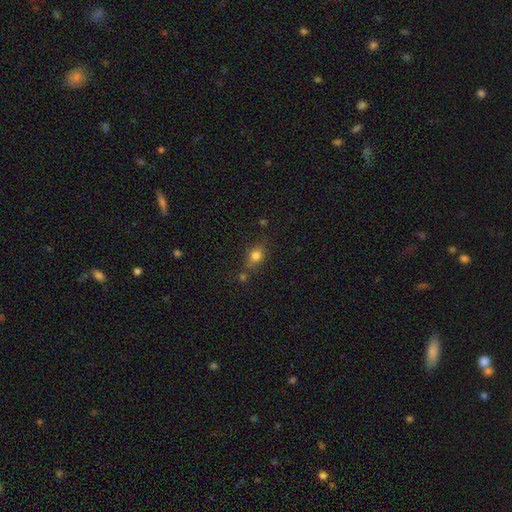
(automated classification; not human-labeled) A smooth galaxy with no disk features (76%) that is round (51%). Merging: none (63%).